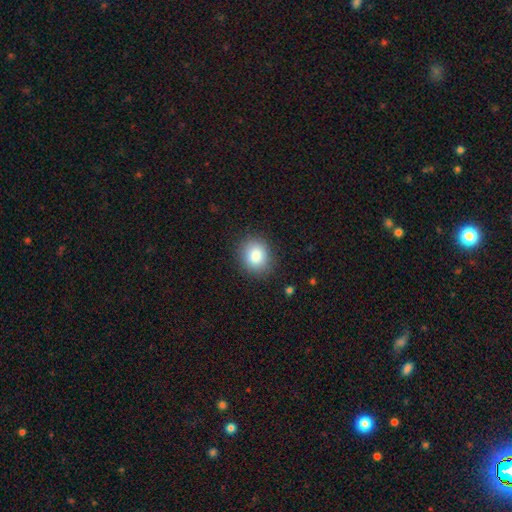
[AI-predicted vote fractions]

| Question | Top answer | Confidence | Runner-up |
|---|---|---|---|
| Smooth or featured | smooth | 83% | star or artifact (9%) |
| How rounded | round | 71% | in between (28%) |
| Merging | none | 88% | minor disturbance (8%) |